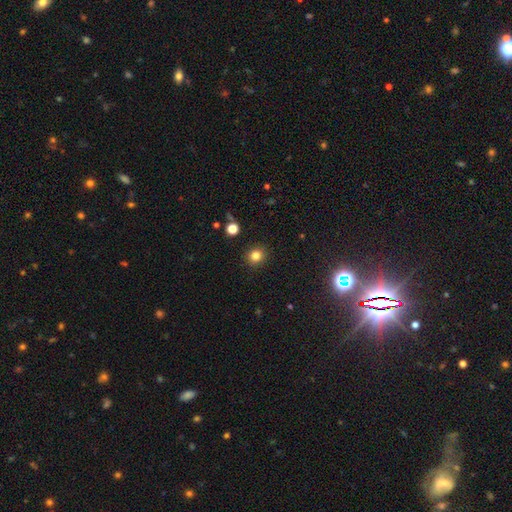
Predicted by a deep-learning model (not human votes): Smooth or featured: smooth — 81% (star or artifact — 14%)
How rounded: round — 87% (in between — 12%)
Merging: none — 91% (minor disturbance — 5%)